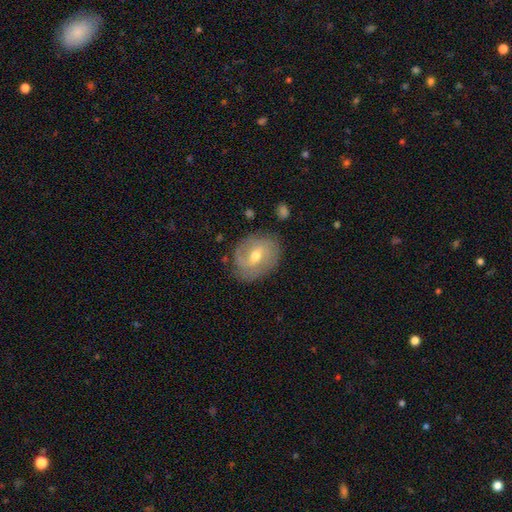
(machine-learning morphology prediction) type=featured or disk (66%); edge-on=no (95%); bar=weak (52%); spiral arms=yes (79%); bulge=moderate (63%); merging=none (76%).